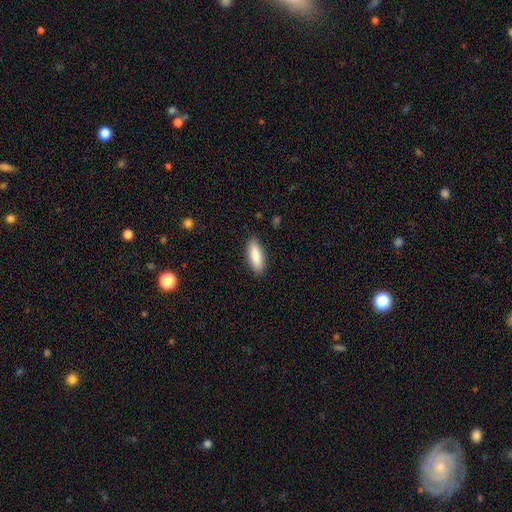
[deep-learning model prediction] smooth-or-featured: smooth: 87% | featured or disk: 8% | star or artifact: 6%
  how-rounded: in between: 58% | cigar-shaped: 40% | round: 2%
  merging: none: 88% | minor disturbance: 9% | major disturbance: 2% | merger: 1%